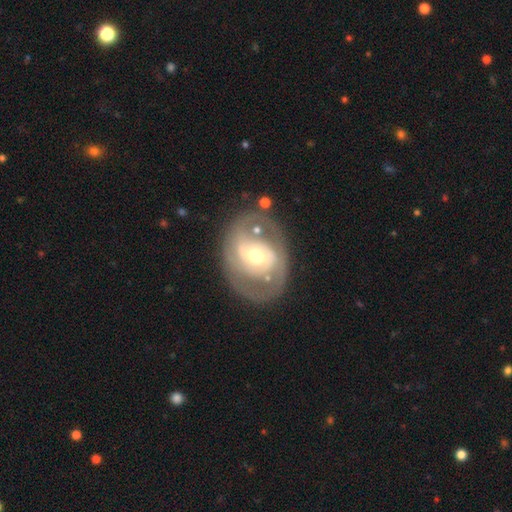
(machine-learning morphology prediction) A featured or disk galaxy (72%) with no bar (51%), spiral arms (55%) and a moderate central bulge (63%). Merging: none (67%).